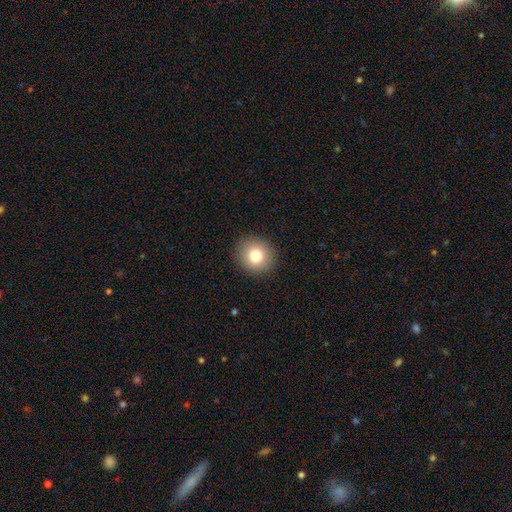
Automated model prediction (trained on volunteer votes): Morphology: type=smooth (80%); roundness=round (87%); merging=none (91%).